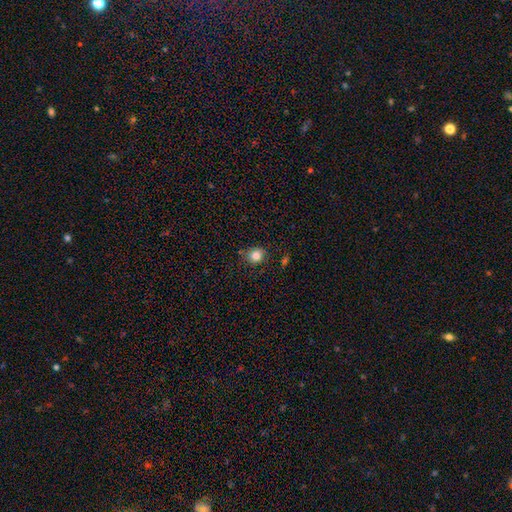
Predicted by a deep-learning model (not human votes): Smooth or featured?
  - smooth: 83% *
  - star or artifact: 11%
  - featured or disk: 6%
How rounded?
  - round: 81% *
  - in between: 18%
  - cigar-shaped: 1%
Merging?
  - none: 79% *
  - minor disturbance: 14%
  - major disturbance: 3%
  - merger: 3%